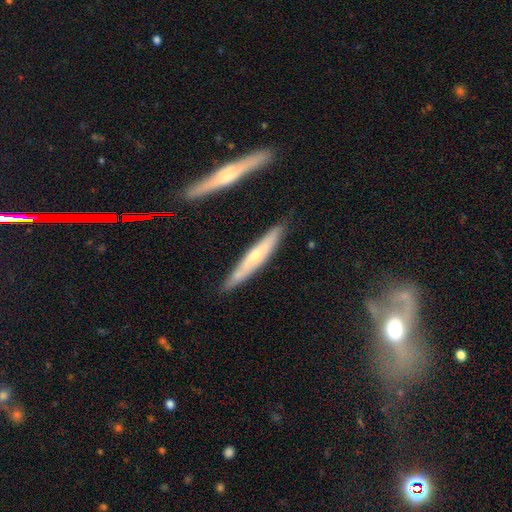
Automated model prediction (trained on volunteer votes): Q: Smooth or featured?
A: featured or disk (52%); runner-up: smooth (42%)
Q: Edge-on disk?
A: yes (89%); runner-up: no (11%)
Q: Merging?
A: none (83%); runner-up: minor disturbance (11%)